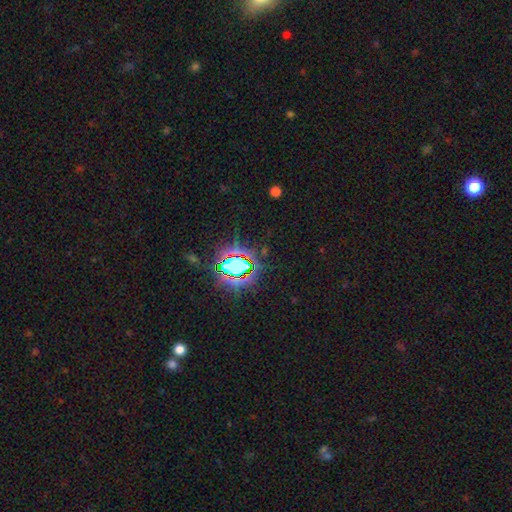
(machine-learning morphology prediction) Smooth or featured? star or artifact (82%)